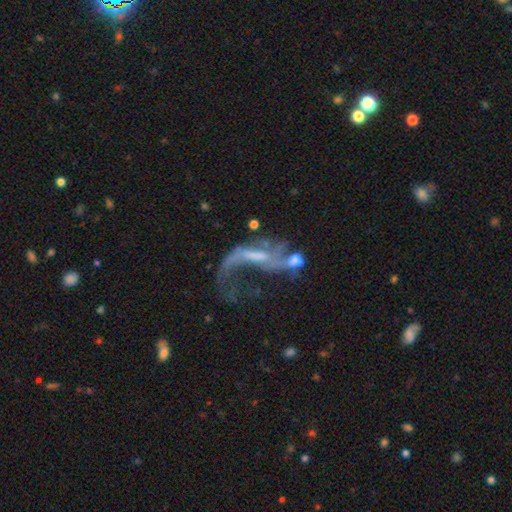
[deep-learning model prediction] Smooth or featured? featured or disk (73%)
Edge-on disk? no (92%)
Bar? no (41%)
Spiral arms? yes (65%)
Bulge size? none (43%)
Merging? major disturbance (40%)